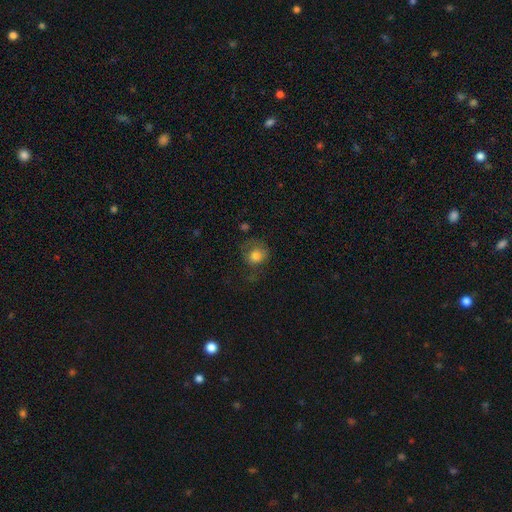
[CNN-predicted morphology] Q: Smooth or featured?
A: smooth (75%); runner-up: featured or disk (14%)
Q: How rounded?
A: round (76%); runner-up: in between (23%)
Q: Merging?
A: none (49%); runner-up: minor disturbance (24%)